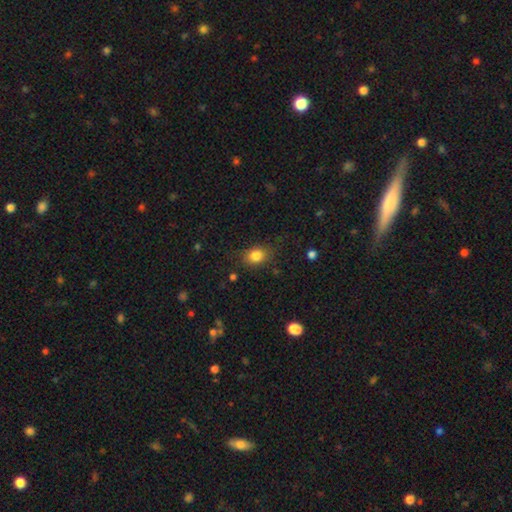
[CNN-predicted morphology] This is clearly a smooth galaxy (82%). How rounded: possibly in between (56%). Merging: likely none (78%).